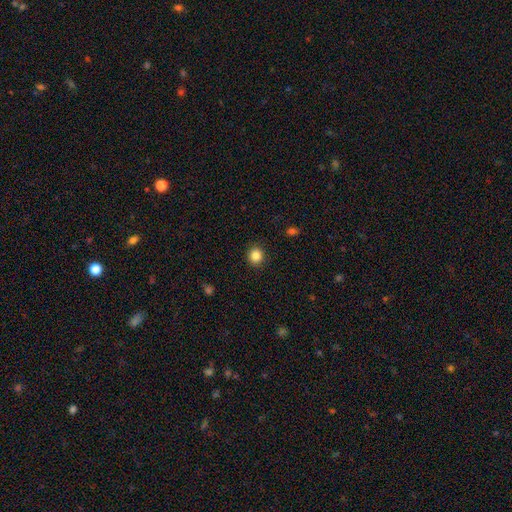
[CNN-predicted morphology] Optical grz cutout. It shows a smooth galaxy with no disk features (86%) that is round (89%). Merging: none (91%).